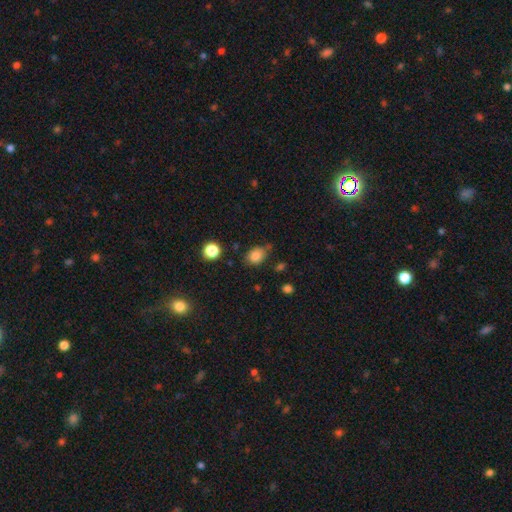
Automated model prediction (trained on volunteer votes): A smooth galaxy with no disk features (83%) that is in between round and cigar-shaped (56%). Merging: none (66%).